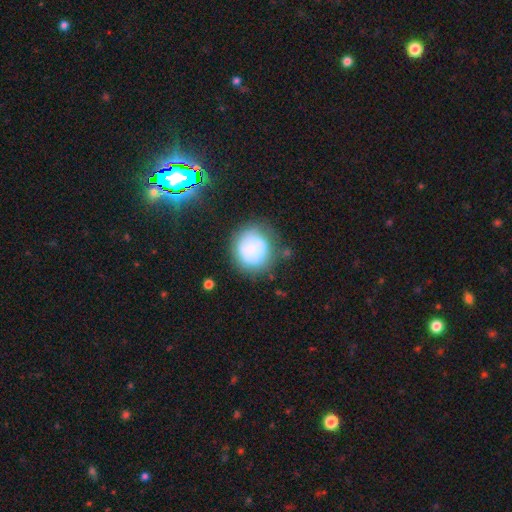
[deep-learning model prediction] A smooth galaxy with no disk features (62%) that is round (83%). Merging: none (52%).